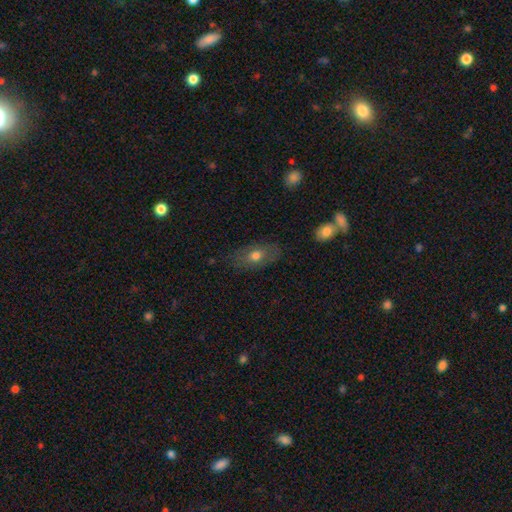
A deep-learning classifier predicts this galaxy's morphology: smooth-or-featured: smooth: 63% | featured or disk: 29% | star or artifact: 8%
  how-rounded: in between: 86% | round: 9% | cigar-shaped: 5%
  merging: none: 78% | minor disturbance: 15% | major disturbance: 5% | merger: 2%